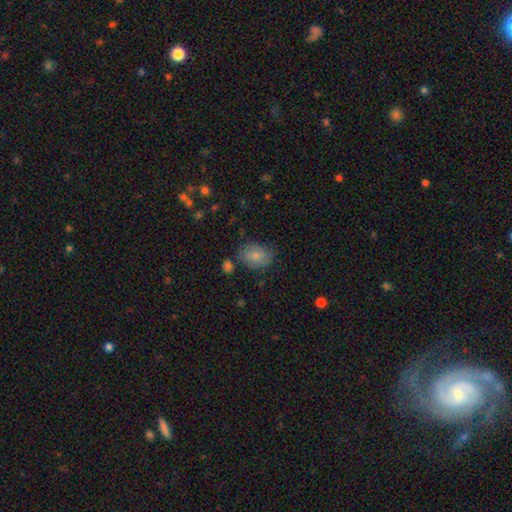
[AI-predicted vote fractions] Smooth or featured? Predicted: smooth (p=0.78). How rounded? Predicted: in between (p=0.68). Merging? Predicted: none (p=0.68).